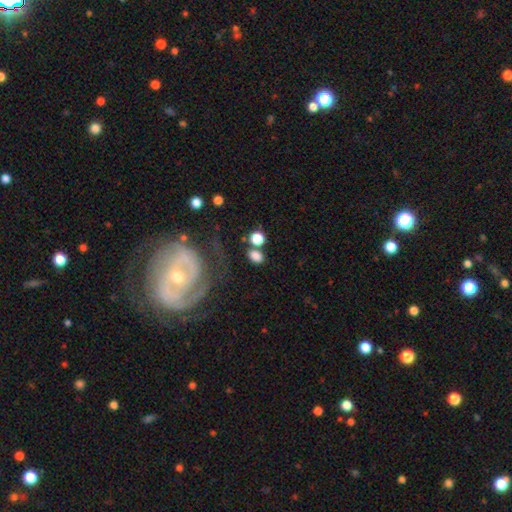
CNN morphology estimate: smooth 79%, star or artifact 11%, featured or disk 10%. Down the decision tree: how rounded — in between (56%); merging — none (66%).